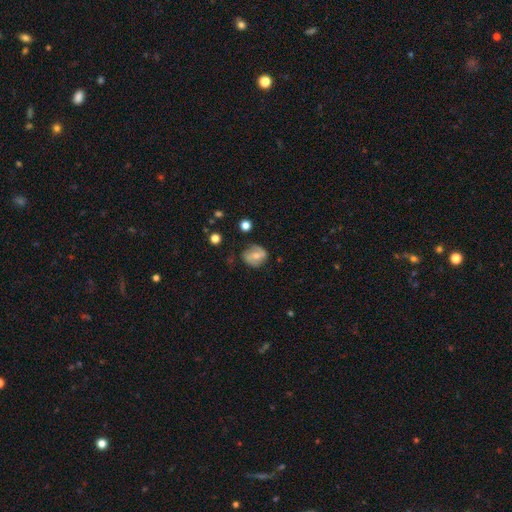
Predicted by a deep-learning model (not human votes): Smooth or featured? Predicted: featured or disk (p=0.46, tied with smooth). Merging? Predicted: none (p=0.70).